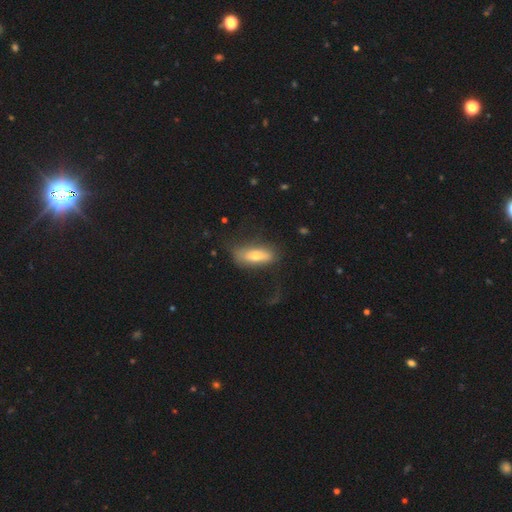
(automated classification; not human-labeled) smooth-or-featured: smooth: 57% | featured or disk: 36% | star or artifact: 7%
  how-rounded: in between: 57% | cigar-shaped: 40% | round: 3%
  merging: none: 57% | minor disturbance: 22% | major disturbance: 18% | merger: 2%